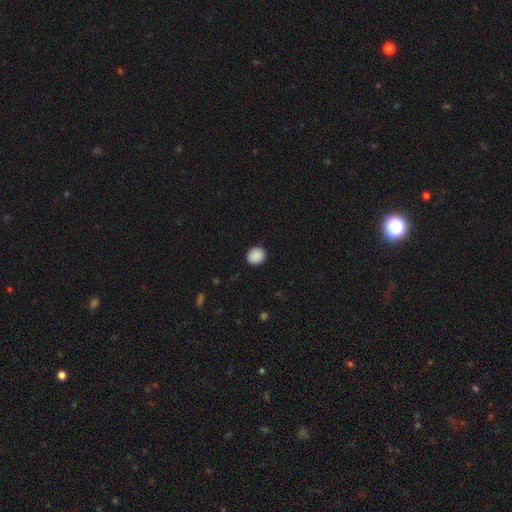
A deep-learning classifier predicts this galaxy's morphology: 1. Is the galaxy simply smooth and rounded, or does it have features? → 90% smooth, 8% star or artifact, 2% featured or disk.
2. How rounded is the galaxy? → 75% round, 24% in between, 1% cigar-shaped.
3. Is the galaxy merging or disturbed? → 90% none, 7% minor disturbance, 2% major disturbance, 1% merger.